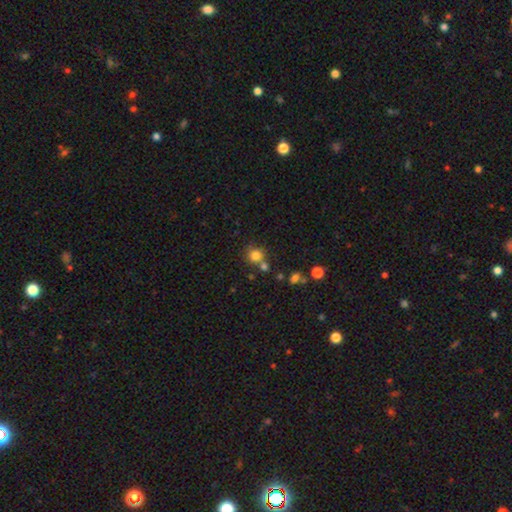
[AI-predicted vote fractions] Smooth or featured?
  - smooth: 80% *
  - star or artifact: 13%
  - featured or disk: 7%
How rounded?
  - round: 90% *
  - in between: 10%
  - cigar-shaped: 1%
Merging?
  - none: 65% *
  - merger: 21%
  - minor disturbance: 11%
  - major disturbance: 4%